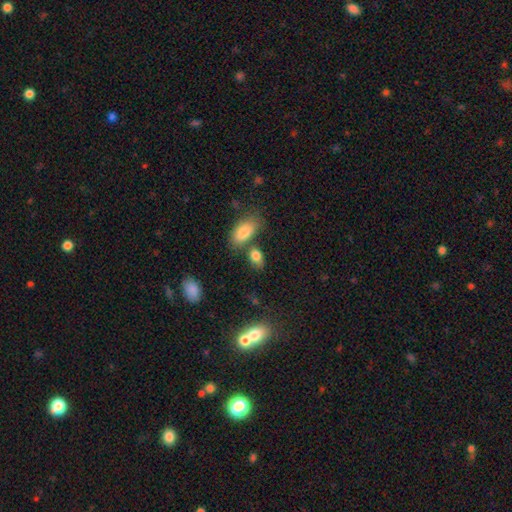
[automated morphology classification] Smooth or featured? smooth (83%)
How rounded? in between (85%)
Merging? none (62%)